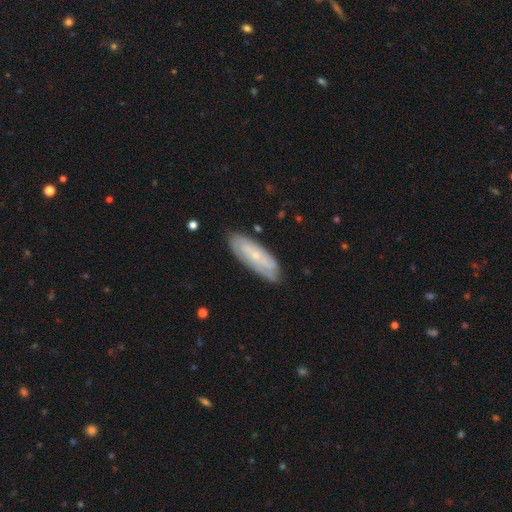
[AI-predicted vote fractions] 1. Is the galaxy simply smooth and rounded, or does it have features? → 56% featured or disk, 37% smooth, 7% star or artifact.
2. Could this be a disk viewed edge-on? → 80% no, 20% yes.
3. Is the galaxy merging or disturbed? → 77% none, 17% minor disturbance, 4% major disturbance, 2% merger.